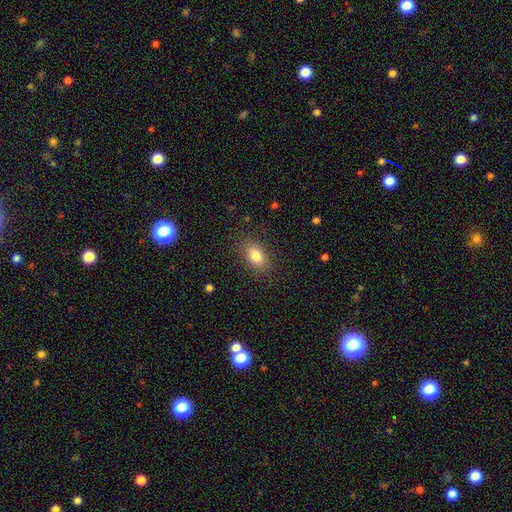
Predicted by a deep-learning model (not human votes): smooth-or-featured: smooth: 83% | star or artifact: 9% | featured or disk: 8%
  how-rounded: in between: 85% | round: 12% | cigar-shaped: 3%
  merging: none: 84% | minor disturbance: 11% | major disturbance: 4% | merger: 1%